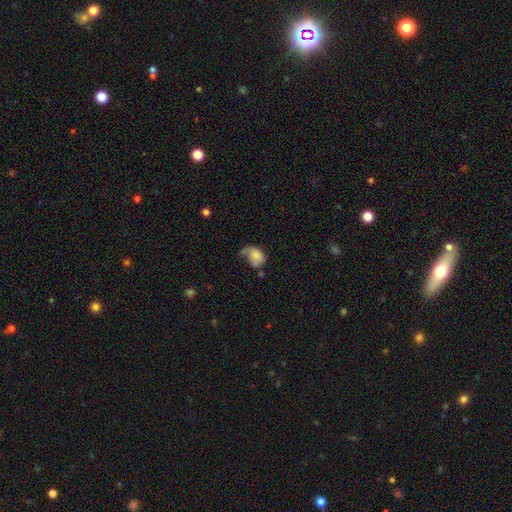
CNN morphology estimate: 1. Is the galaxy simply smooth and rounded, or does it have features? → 60% smooth, 32% featured or disk, 9% star or artifact.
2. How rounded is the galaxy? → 64% in between, 35% round, 1% cigar-shaped.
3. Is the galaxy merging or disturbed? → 41% major disturbance, 27% minor disturbance, 25% none, 7% merger.